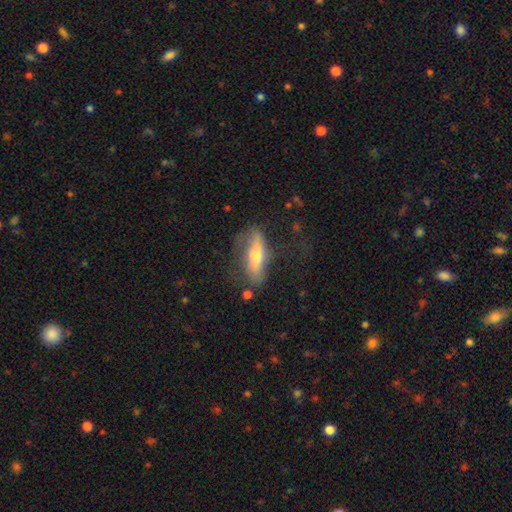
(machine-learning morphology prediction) smooth_or_featured: smooth (p=0.48) [alt: featured or disk p=0.45]
merging: none (p=0.58) [alt: minor disturbance p=0.22]